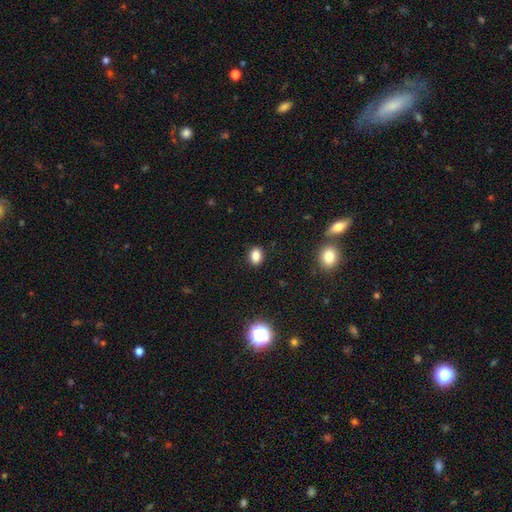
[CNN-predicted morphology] The model was most divided on "how rounded": in between: 72%, round: 27%, cigar-shaped: 2%. More confident: merging — none (88%); smooth or featured — smooth (83%).